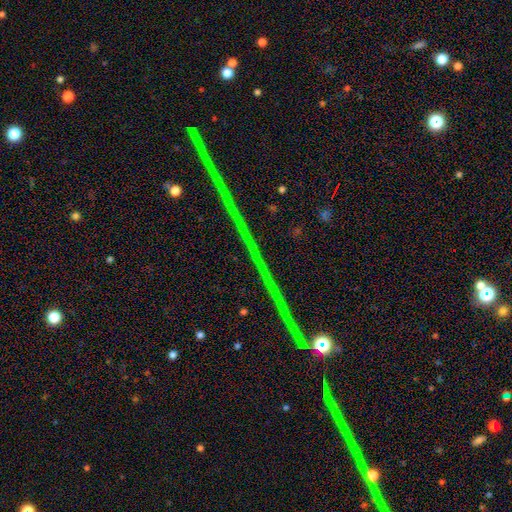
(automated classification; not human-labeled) A star or artifact, not a galaxy (83%).